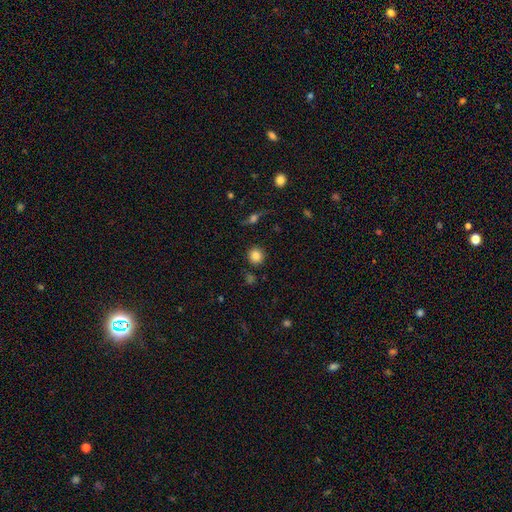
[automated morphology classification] A smooth galaxy with no disk features (84%) that is round (93%).

Vote fractions:
- Smooth or featured? smooth: 84% / star or artifact: 10% / featured or disk: 6%
- How rounded? round: 93% / in between: 6% / cigar-shaped: 1%
- Merging? none: 89% / minor disturbance: 6% / merger: 3% / major disturbance: 2%